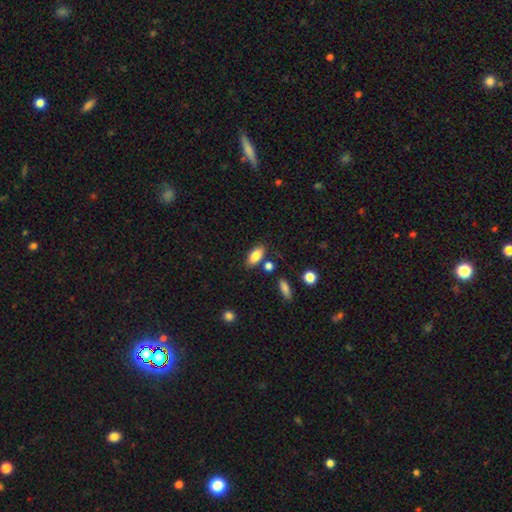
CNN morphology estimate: Smooth or featured? smooth (84%)
How rounded? in between (88%)
Merging? none (77%)